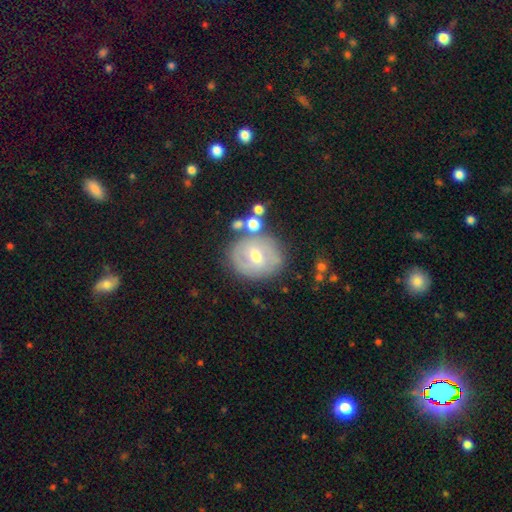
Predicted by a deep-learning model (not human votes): The model was most divided on "bar": weak: 45%, no: 41%, strong: 14%. More confident: edge-on disk — no (96%); merging — none (70%); spiral arms — yes (64%); bulge size — moderate (63%); smooth or featured — featured or disk (62%).